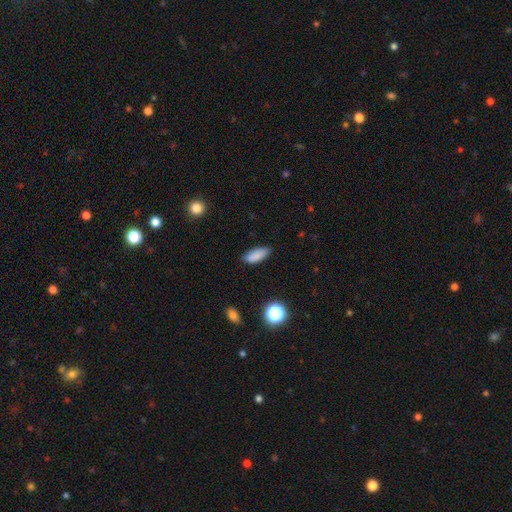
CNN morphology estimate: The model was most divided on "how rounded": in between: 77%, cigar-shaped: 20%, round: 3%. More confident: smooth or featured — smooth (86%); merging — none (81%).